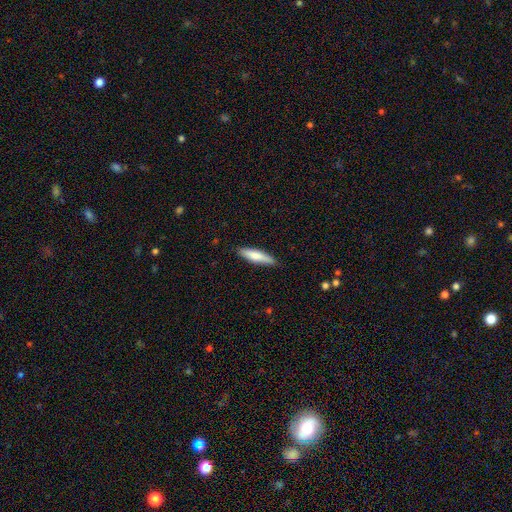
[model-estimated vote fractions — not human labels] Smooth or featured?
  - smooth: 74% *
  - featured or disk: 21%
  - star or artifact: 5%
How rounded?
  - cigar-shaped: 76% *
  - in between: 22%
  - round: 1%
Merging?
  - none: 86% *
  - minor disturbance: 11%
  - major disturbance: 2%
  - merger: 1%